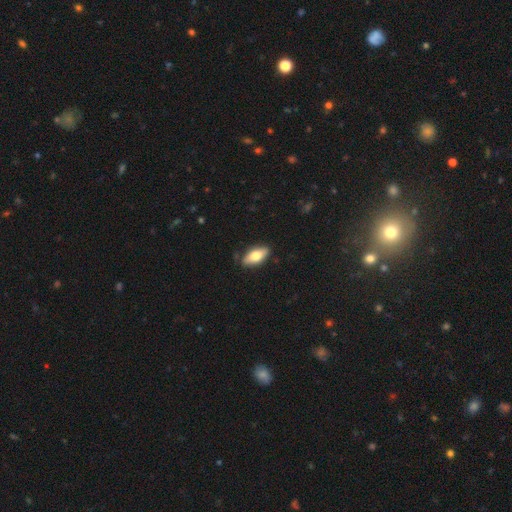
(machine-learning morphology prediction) smooth 70%, featured or disk 24%, star or artifact 6%. Down the decision tree: how rounded — in between (85%); merging — none (84%).